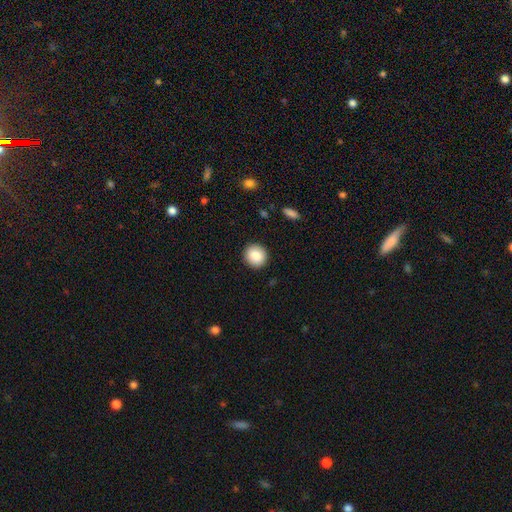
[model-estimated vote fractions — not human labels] Smooth or featured: smooth — 86% (star or artifact — 8%)
How rounded: round — 90% (in between — 9%)
Merging: none — 92% (minor disturbance — 5%)